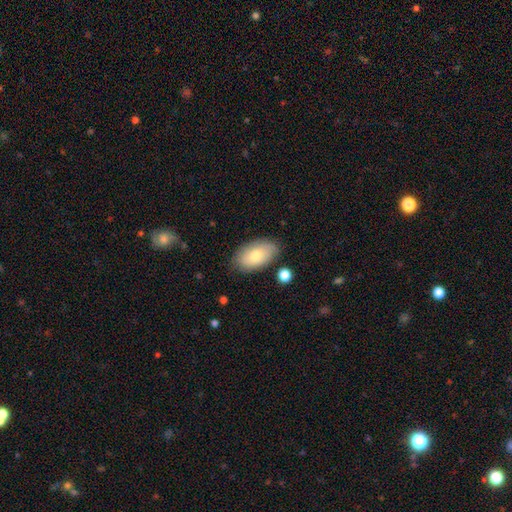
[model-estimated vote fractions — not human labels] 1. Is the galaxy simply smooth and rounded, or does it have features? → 70% smooth, 23% featured or disk, 7% star or artifact.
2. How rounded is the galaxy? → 93% in between, 5% round, 2% cigar-shaped.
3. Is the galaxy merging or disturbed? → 81% none, 14% minor disturbance, 3% major disturbance, 2% merger.